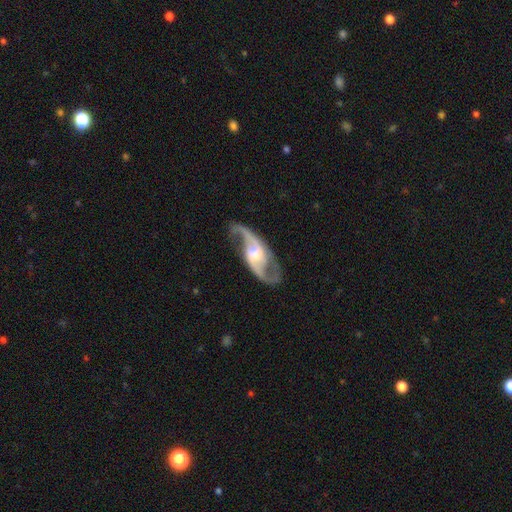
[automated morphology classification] Smooth or featured? featured or disk (91%)
Edge-on disk? no (95%)
Bar? no (51%)
Spiral arms? yes (97%)
Spiral winding? medium (47%)
Spiral arm count? 2 (93%)
Bulge size? moderate (57%)
Merging? none (77%)